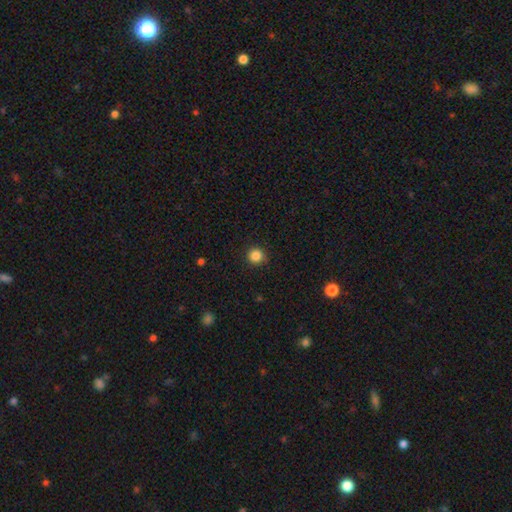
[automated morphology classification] smooth 85%, star or artifact 11%, featured or disk 3%. Down the decision tree: how rounded — round (94%); merging — none (88%).